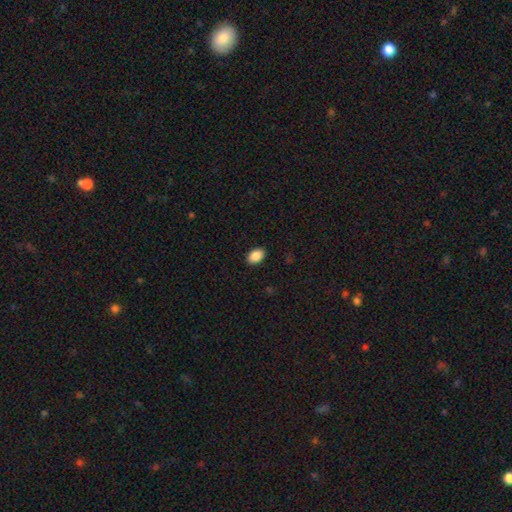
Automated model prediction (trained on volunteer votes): Q: Smooth or featured?
A: smooth (89%); runner-up: star or artifact (8%)
Q: How rounded?
A: in between (86%); runner-up: round (13%)
Q: Merging?
A: none (90%); runner-up: minor disturbance (7%)